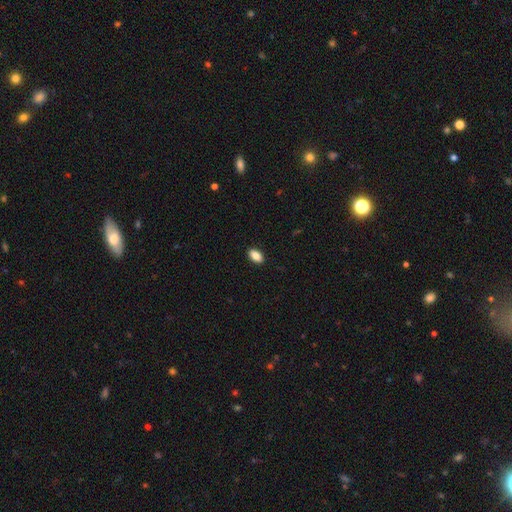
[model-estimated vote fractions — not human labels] A smooth galaxy with no disk features (88%) that is in between round and cigar-shaped (91%). Merging: none (90%).